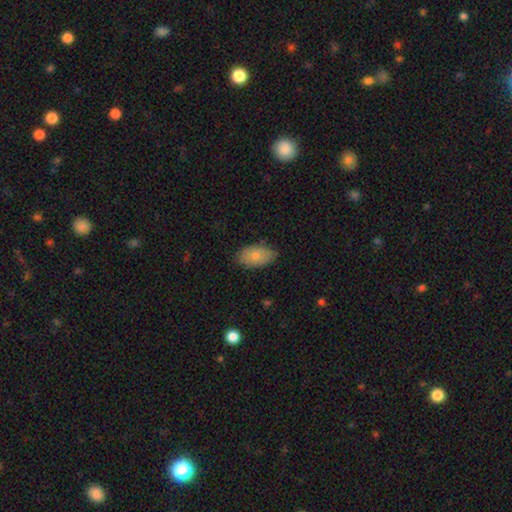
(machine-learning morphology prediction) Overall: smooth (77%). How rounded: in between (93%). Merging: none (79%).